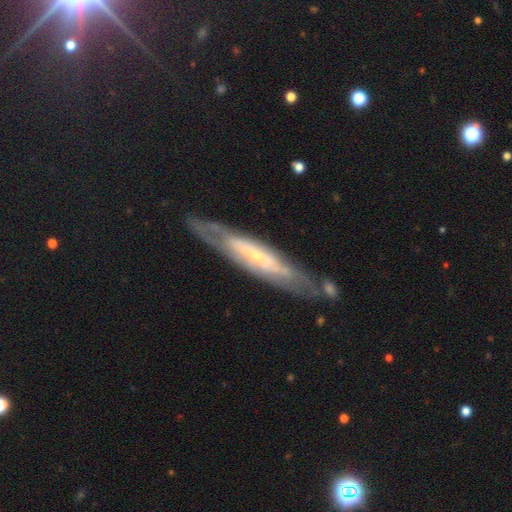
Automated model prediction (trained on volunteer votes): Q: Smooth or featured?
A: featured or disk (73%); runner-up: smooth (21%)
Q: Edge-on disk?
A: no (51%); runner-up: yes (49%)
Q: Merging?
A: none (73%); runner-up: minor disturbance (17%)